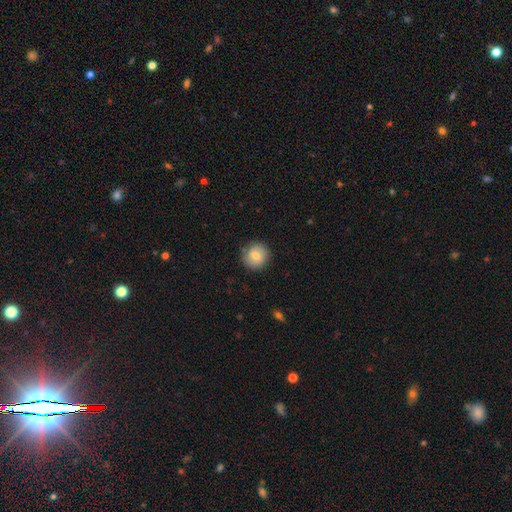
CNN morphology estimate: smooth-or-featured: smooth: 77% | featured or disk: 15% | star or artifact: 8%
  how-rounded: round: 90% | in between: 9% | cigar-shaped: 1%
  merging: none: 85% | minor disturbance: 11% | major disturbance: 2% | merger: 1%